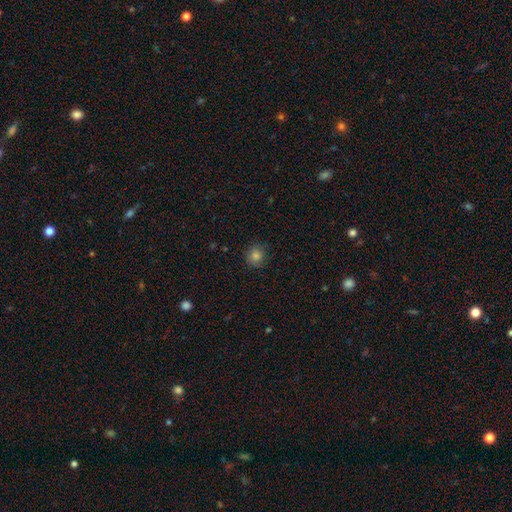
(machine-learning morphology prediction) A smooth galaxy with no disk features (80%) that is round (89%).

Vote fractions:
- Smooth or featured? smooth: 80% / star or artifact: 13% / featured or disk: 7%
- How rounded? round: 89% / in between: 11% / cigar-shaped: 1%
- Merging? none: 86% / minor disturbance: 10% / major disturbance: 2% / merger: 1%